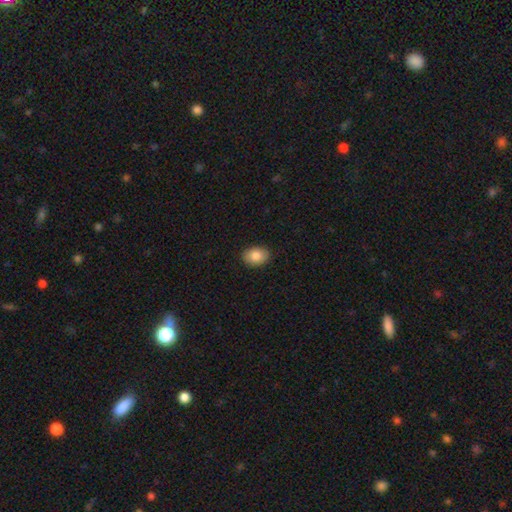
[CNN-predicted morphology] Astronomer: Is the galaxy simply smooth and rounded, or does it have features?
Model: smooth — 86%.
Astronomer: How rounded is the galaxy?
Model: in between — 80%.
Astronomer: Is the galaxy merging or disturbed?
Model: none — 89%.